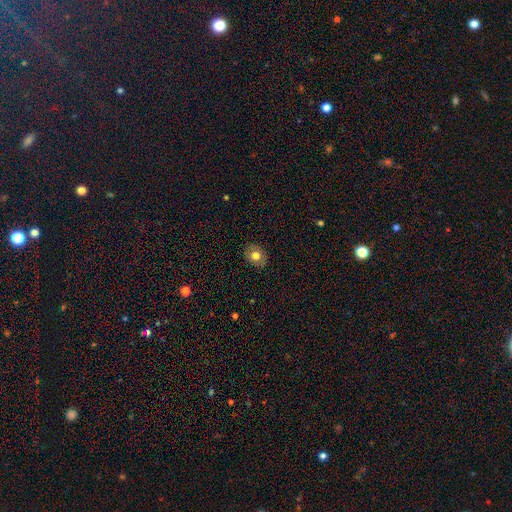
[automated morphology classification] type=smooth (72%); roundness=round (50%); merging=none (86%).